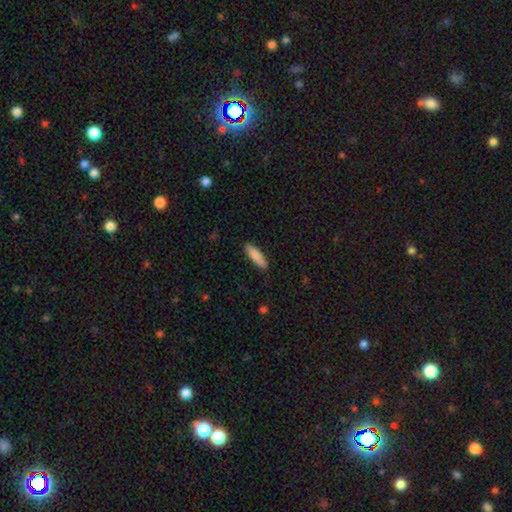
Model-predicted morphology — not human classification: type=smooth (87%); roundness=cigar-shaped (63%); merging=none (88%).